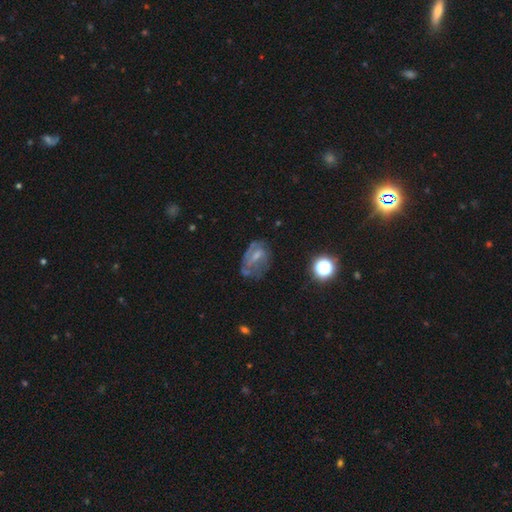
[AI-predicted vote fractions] The model was most divided on "bulge size": small: 44%, moderate: 33%, none: 20%, large: 3%, dominant: 1%. Remaining: edge-on disk — no (95%); spiral arms — yes (68%); smooth or featured — featured or disk (61%); bar — weak (48%); merging — none (44%).